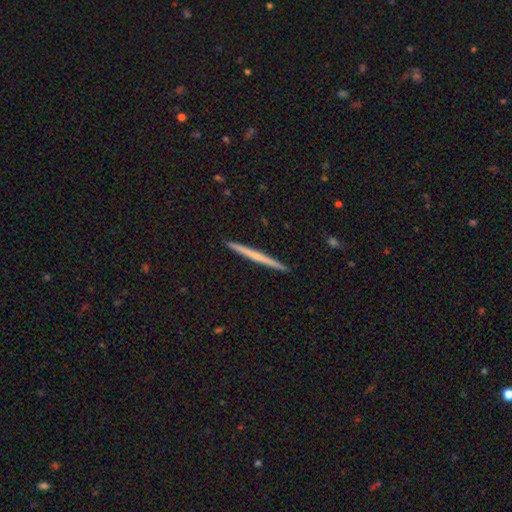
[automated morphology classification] Overall: featured or disk (51%; smooth 43%). Edge-on disk: yes (98%). Edge-on bulge: none (80%). Merging: none (93%).